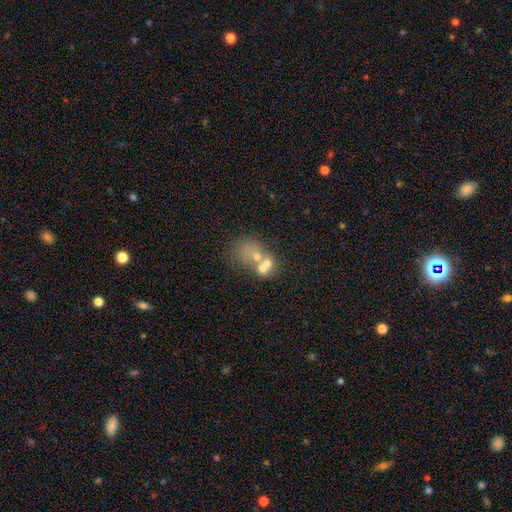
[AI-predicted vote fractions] A smooth galaxy with no disk features (48%). Merging: merger (58%).